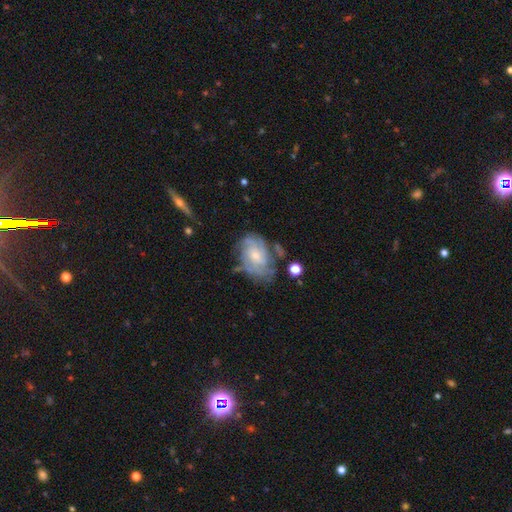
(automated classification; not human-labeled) A featured or disk galaxy (76%) with no bar (68%), tight (55%) spiral arms (89%) and a small central bulge (61%).

Vote fractions:
- Smooth or featured? featured or disk: 76% / smooth: 17% / star or artifact: 7%
- Edge-on disk? no: 97% / yes: 3%
- Bar? no: 68% / weak: 28% / strong: 4%
- Spiral arms? yes: 89% / no: 11%
- Spiral winding? tight: 55% / medium: 34% / loose: 11%
- Spiral arm count? can't tell: 43% / 3: 18% / 2: 17% / 4: 13% / more than 4: 5% / 1: 5%
- Bulge size? small: 61% / moderate: 31% / none: 4% / large: 2% / dominant: 1%
- Merging? none: 58% / minor disturbance: 23% / major disturbance: 13% / merger: 5%